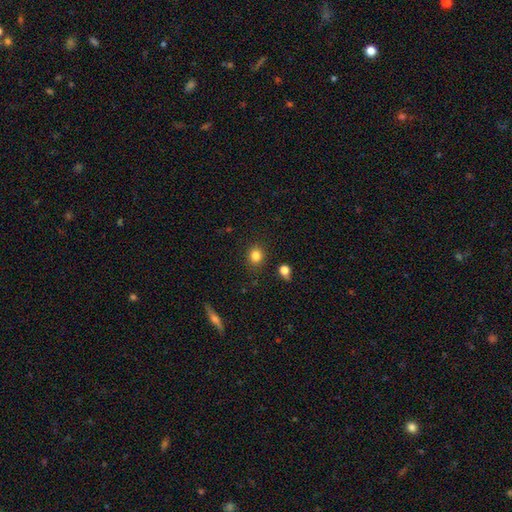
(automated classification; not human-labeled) Morphology: type=smooth (83%); roundness=round (78%); merging=none (87%).